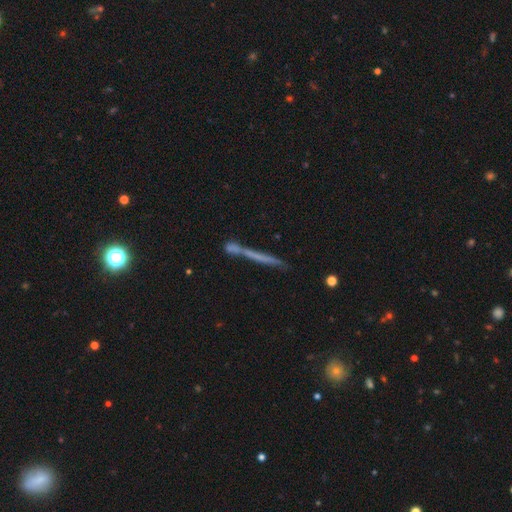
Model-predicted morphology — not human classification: type=featured or disk (45%); merging=none (68%).